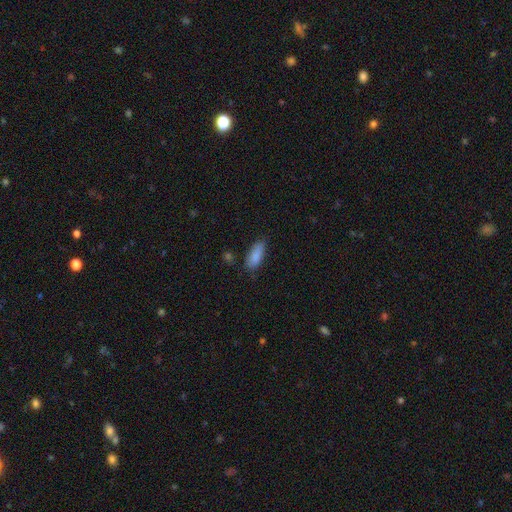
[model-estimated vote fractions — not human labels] Smooth or featured? smooth (88%)
How rounded? in between (76%)
Merging? none (78%)